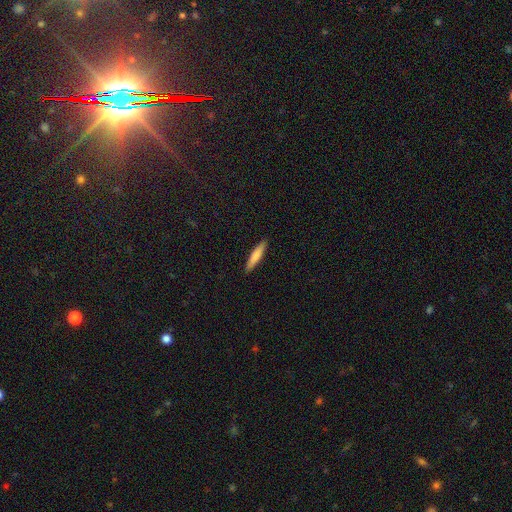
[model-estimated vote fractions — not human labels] Overall: smooth (73%). How rounded: cigar-shaped (89%). Merging: none (91%).